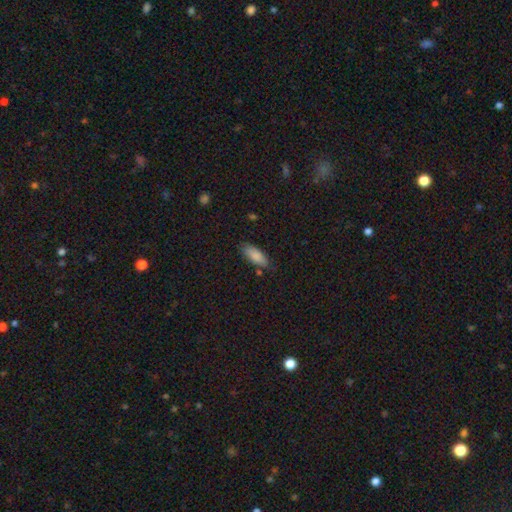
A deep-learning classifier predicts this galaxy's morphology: This appears to be a smooth galaxy with no disk features (86%) that is in between round and cigar-shaped (75%). Merging: none (76%).